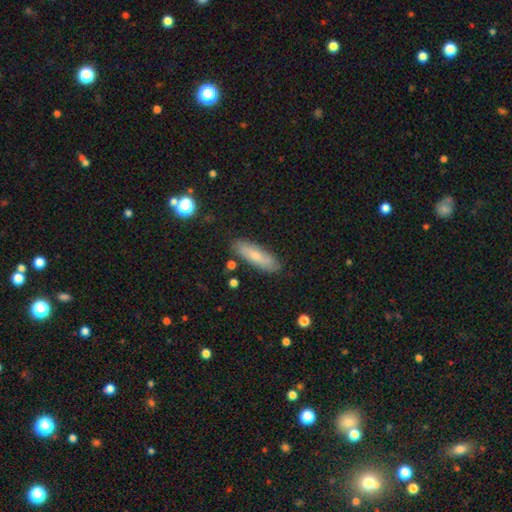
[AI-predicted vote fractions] smooth 69%, featured or disk 24%, star or artifact 7%. Down the decision tree: how rounded — cigar-shaped (56%); merging — none (83%).